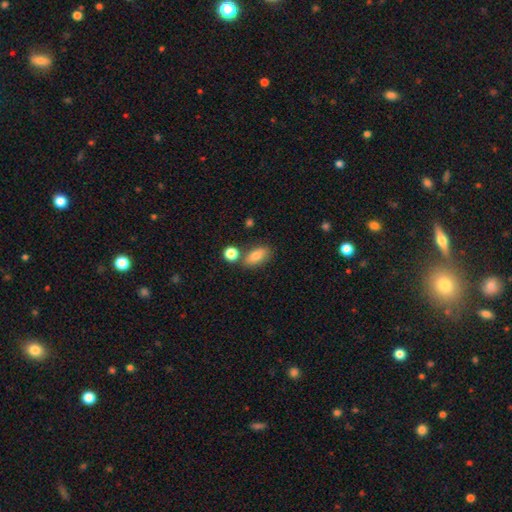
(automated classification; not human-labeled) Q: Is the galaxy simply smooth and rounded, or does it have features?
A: smooth — 79%.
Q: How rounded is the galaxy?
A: in between — 82%.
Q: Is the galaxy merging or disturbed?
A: none — 71%.